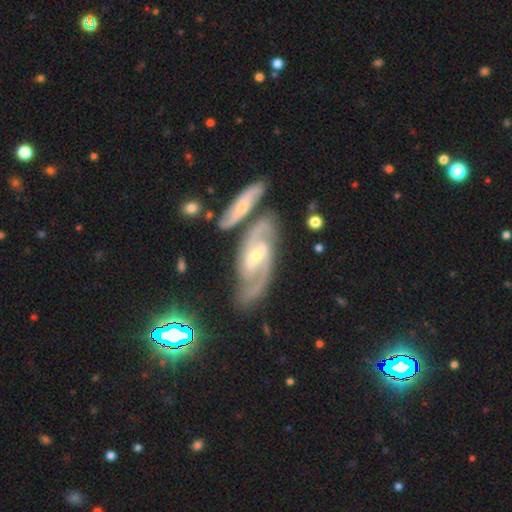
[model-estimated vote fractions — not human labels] This appears to be a featured or disk galaxy (89%) with a weak bar (44%), 2 (86%) medium (55%) spiral arms (98%) and a small central bulge (57%). Merging: none (64%).